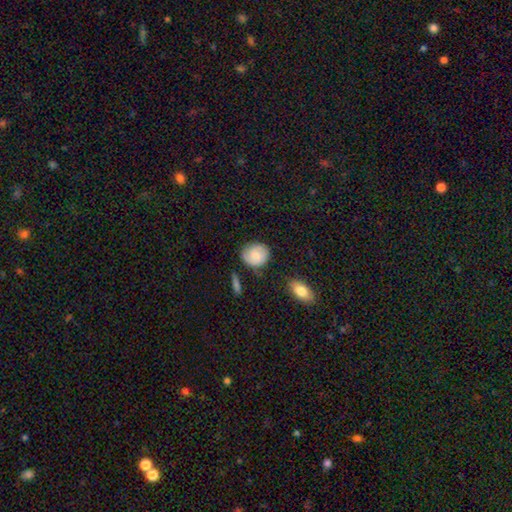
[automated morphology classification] This appears to be a smooth galaxy with no disk features (66%) that is round (74%). Merging: none (73%).